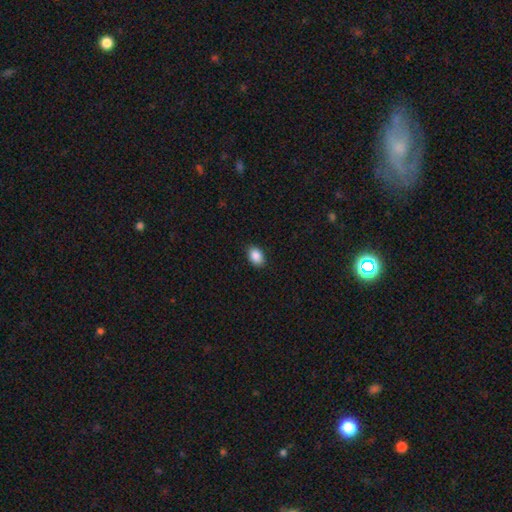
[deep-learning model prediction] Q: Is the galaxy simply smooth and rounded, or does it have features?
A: smooth — 89%.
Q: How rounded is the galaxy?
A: in between — 80%.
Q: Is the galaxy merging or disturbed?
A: none — 89%.